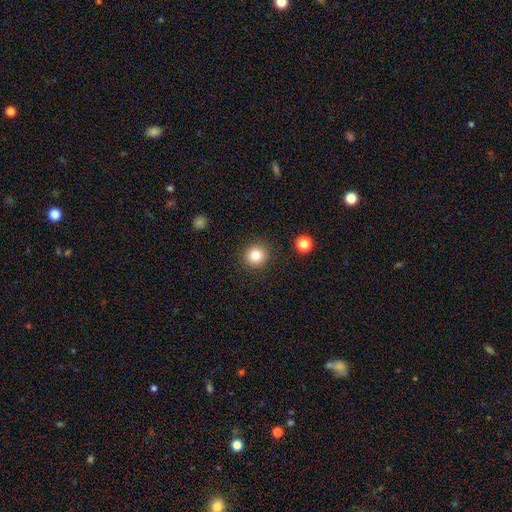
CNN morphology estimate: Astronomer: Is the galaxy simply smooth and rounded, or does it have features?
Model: smooth — 82%.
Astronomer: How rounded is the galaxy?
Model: round — 93%.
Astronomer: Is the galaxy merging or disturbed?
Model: none — 90%.